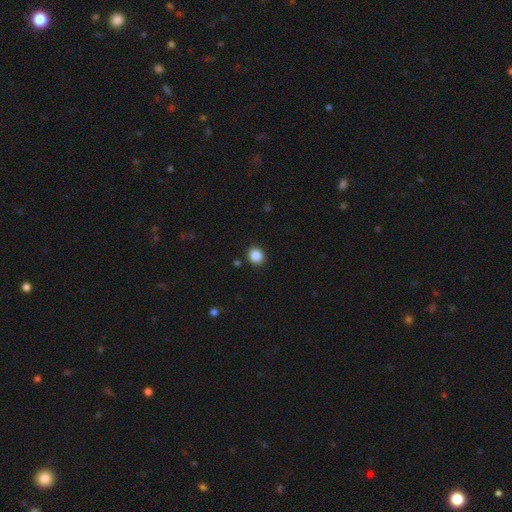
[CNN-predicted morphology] A smooth galaxy with no disk features (86%) that is round (79%).

Vote fractions:
- Smooth or featured? smooth: 86% / star or artifact: 10% / featured or disk: 4%
- How rounded? round: 79% / in between: 20% / cigar-shaped: 1%
- Merging? none: 91% / minor disturbance: 6% / major disturbance: 2% / merger: 2%